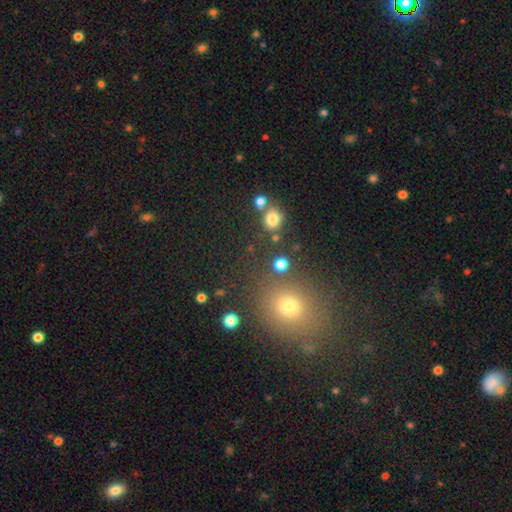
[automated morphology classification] This is possibly a smooth galaxy (57%). How rounded: likely round (67%). Merging: likely none (79%).